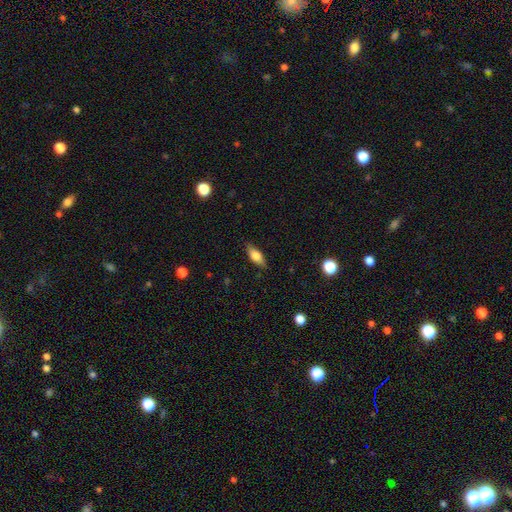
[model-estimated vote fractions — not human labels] smooth_or_featured: smooth (p=0.71) [alt: featured or disk p=0.22]
how_rounded: in between (p=0.75) [alt: cigar-shaped p=0.21]
merging: none (p=0.82) [alt: minor disturbance p=0.14]